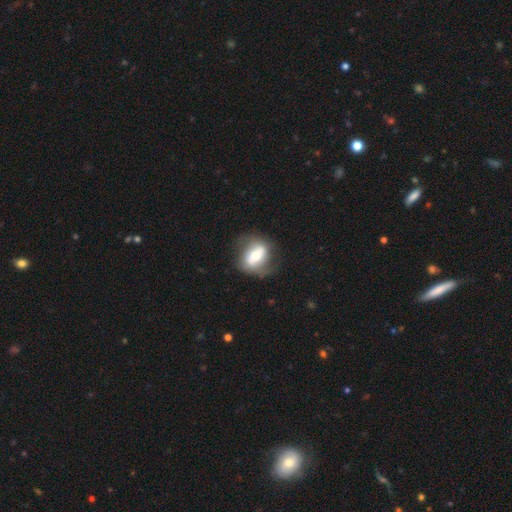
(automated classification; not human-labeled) Overall: featured or disk (49%; smooth 44%). Merging: none (64%).